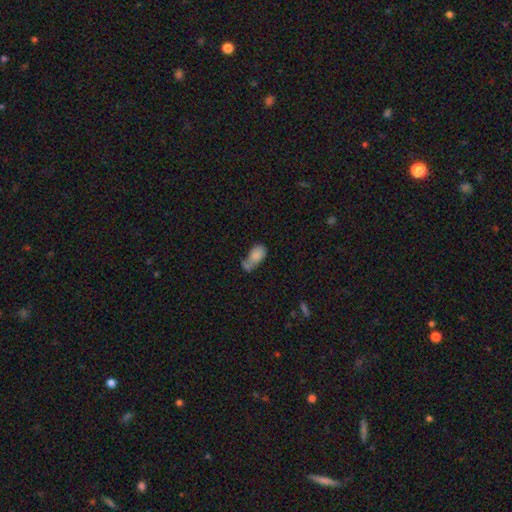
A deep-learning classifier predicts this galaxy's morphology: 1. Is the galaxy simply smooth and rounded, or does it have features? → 76% smooth, 15% featured or disk, 9% star or artifact.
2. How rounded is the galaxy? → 89% in between, 8% round, 3% cigar-shaped.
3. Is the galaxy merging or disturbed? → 34% merger, 26% none, 23% minor disturbance, 17% major disturbance.